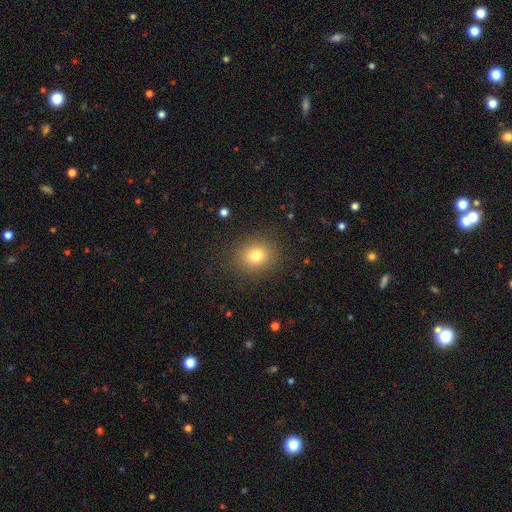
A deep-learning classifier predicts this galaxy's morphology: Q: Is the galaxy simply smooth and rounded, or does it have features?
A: smooth — 77%.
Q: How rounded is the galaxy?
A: round — 68%.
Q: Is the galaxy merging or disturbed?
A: none — 87%.